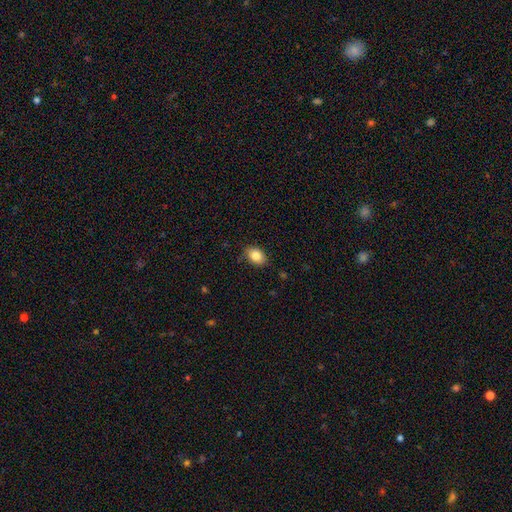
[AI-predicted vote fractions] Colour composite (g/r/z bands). It shows a smooth galaxy with no disk features (83%) that is in between round and cigar-shaped (74%). Merging: none (78%).